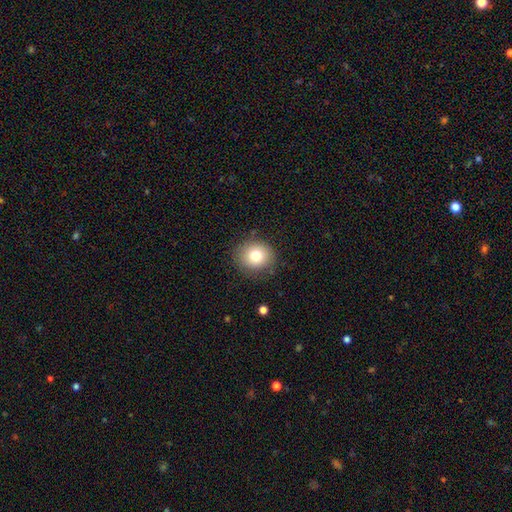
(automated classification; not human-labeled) Smooth or featured? smooth (79%)
How rounded? round (82%)
Merging? none (85%)